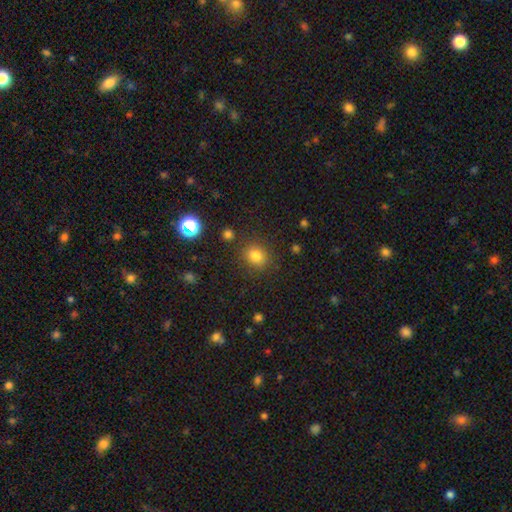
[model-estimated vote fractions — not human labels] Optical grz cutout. It shows a smooth galaxy with no disk features (80%) that is round (69%). Merging: none (84%).